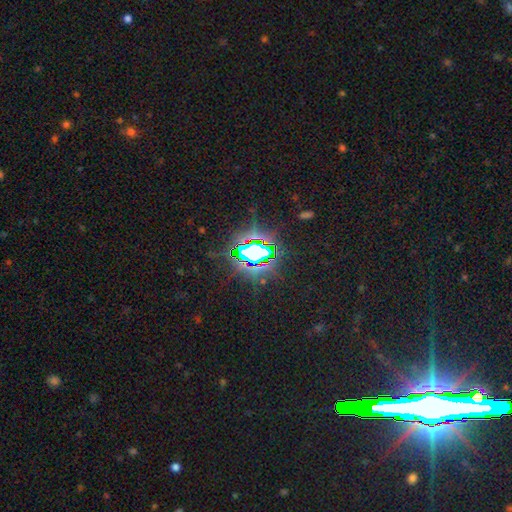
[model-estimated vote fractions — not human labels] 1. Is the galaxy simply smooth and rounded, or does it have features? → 78% star or artifact, 12% smooth, 10% featured or disk.